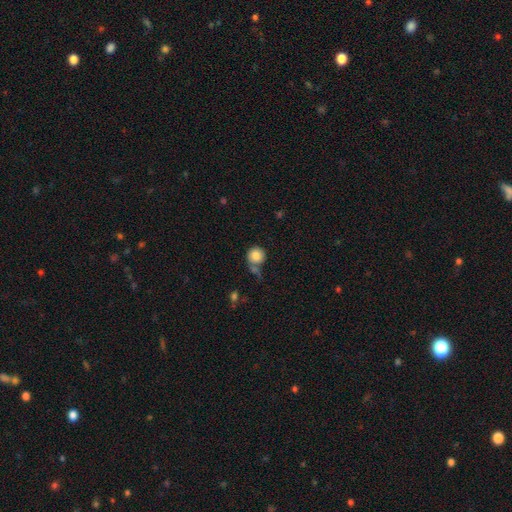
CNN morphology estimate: Smooth or featured?
  - smooth: 82% *
  - featured or disk: 10%
  - star or artifact: 8%
How rounded?
  - round: 90% *
  - in between: 9%
  - cigar-shaped: 1%
Merging?
  - none: 52% *
  - merger: 20%
  - minor disturbance: 18%
  - major disturbance: 10%